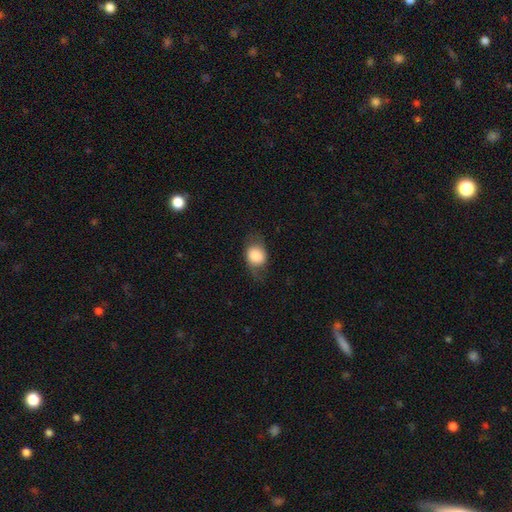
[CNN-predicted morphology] The model was most divided on "how rounded": in between: 55%, round: 43%, cigar-shaped: 1%. More confident: smooth or featured — smooth (77%); merging — none (61%).